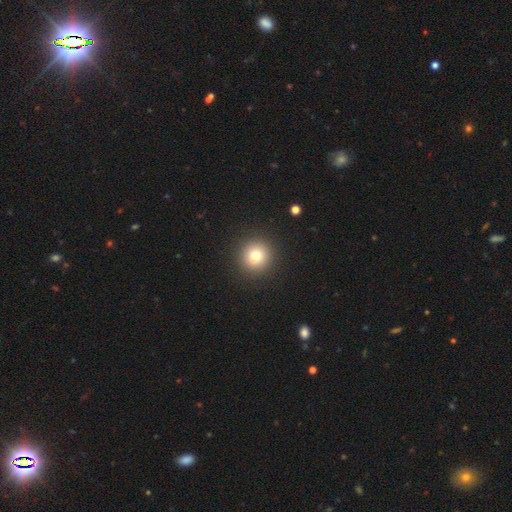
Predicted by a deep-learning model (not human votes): Smooth or featured: smooth — 72% (featured or disk — 15%)
How rounded: round — 92% (in between — 7%)
Merging: none — 73% (merger — 15%)